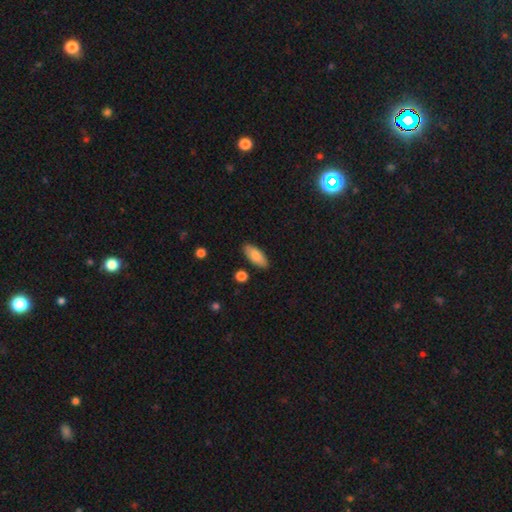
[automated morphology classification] Smooth or featured: smooth — 84% (featured or disk — 10%)
How rounded: in between — 82% (cigar-shaped — 16%)
Merging: none — 86% (minor disturbance — 10%)